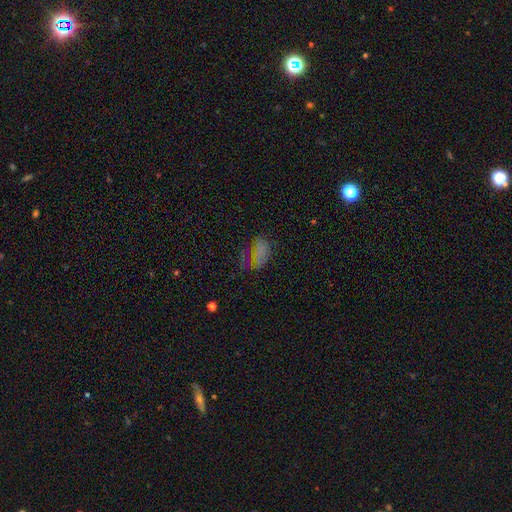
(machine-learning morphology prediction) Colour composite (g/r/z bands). It shows a smooth galaxy with no disk features (57%) that is in between round and cigar-shaped (85%). Merging: major disturbance (37%).